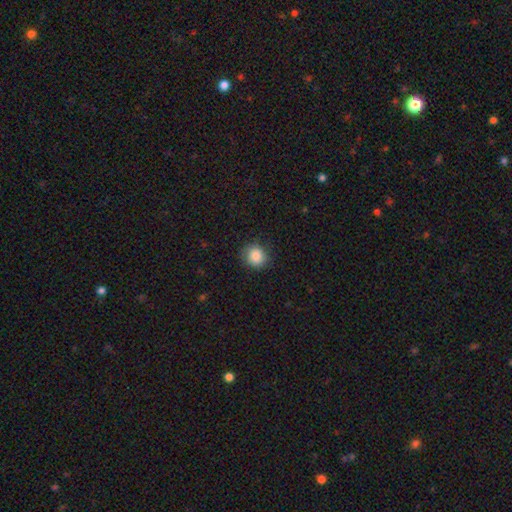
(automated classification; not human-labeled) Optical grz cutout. It shows a smooth galaxy with no disk features (87%) that is round (83%). Merging: none (81%).